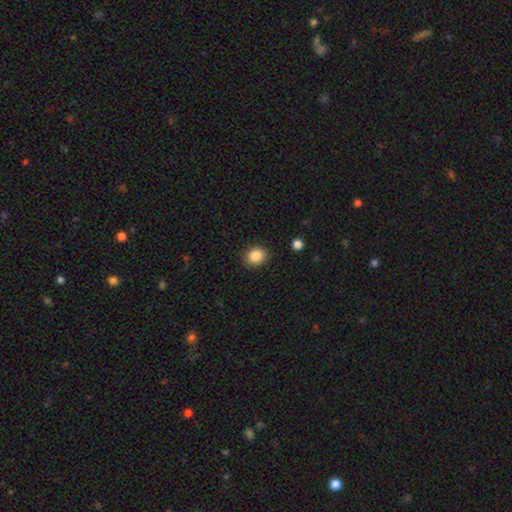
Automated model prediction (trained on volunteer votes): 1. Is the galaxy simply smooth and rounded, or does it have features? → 87% smooth, 9% star or artifact, 4% featured or disk.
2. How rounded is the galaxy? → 56% round, 43% in between, 1% cigar-shaped.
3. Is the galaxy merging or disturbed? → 88% none, 8% minor disturbance, 2% major disturbance, 1% merger.